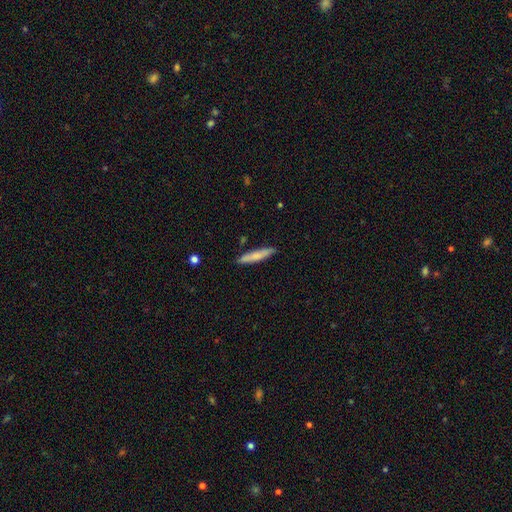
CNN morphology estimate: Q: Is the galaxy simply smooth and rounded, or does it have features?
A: smooth — 73%.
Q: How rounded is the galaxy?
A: cigar-shaped — 91%.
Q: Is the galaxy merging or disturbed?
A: none — 87%.